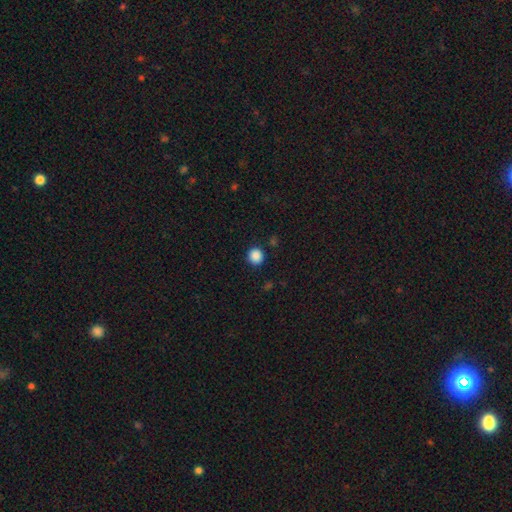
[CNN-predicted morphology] This is clearly a smooth galaxy (88%). How rounded: clearly round (92%). Merging: clearly none (90%).